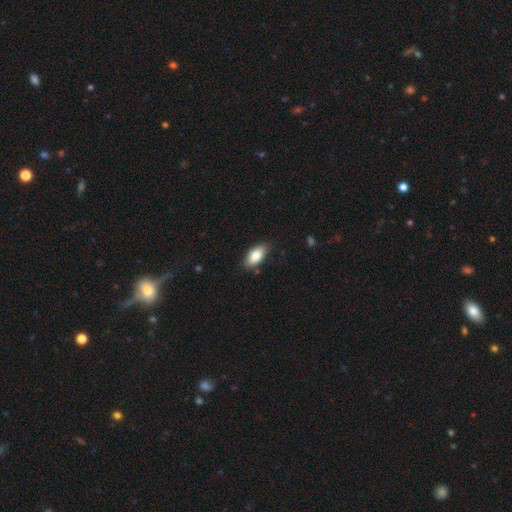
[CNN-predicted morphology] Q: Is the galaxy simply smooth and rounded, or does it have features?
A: smooth — 81%.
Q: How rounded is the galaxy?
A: in between — 89%.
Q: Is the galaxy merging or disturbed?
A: none — 83%.